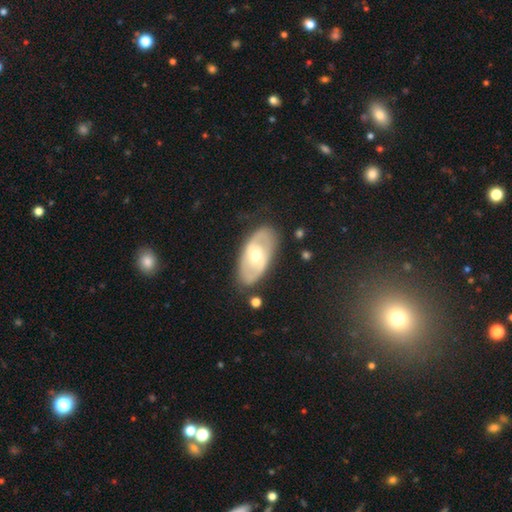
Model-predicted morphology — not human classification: This appears to be a featured or disk galaxy (64%) with no bar (58%), no spiral arms (54%) and a moderate central bulge (63%). Merging: none (79%).